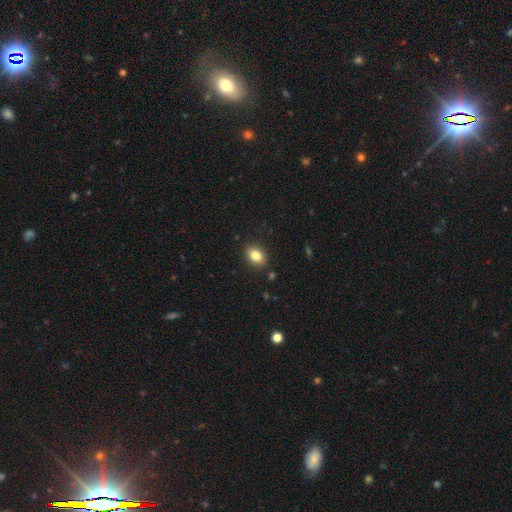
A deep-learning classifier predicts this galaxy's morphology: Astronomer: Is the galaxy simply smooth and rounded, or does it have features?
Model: smooth — 82%.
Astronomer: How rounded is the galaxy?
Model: in between — 74%.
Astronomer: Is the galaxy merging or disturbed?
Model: none — 89%.